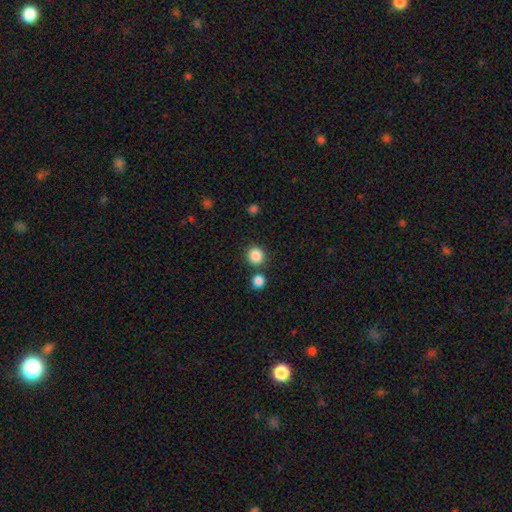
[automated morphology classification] Overall: smooth (86%). How rounded: round (90%). Merging: none (80%).